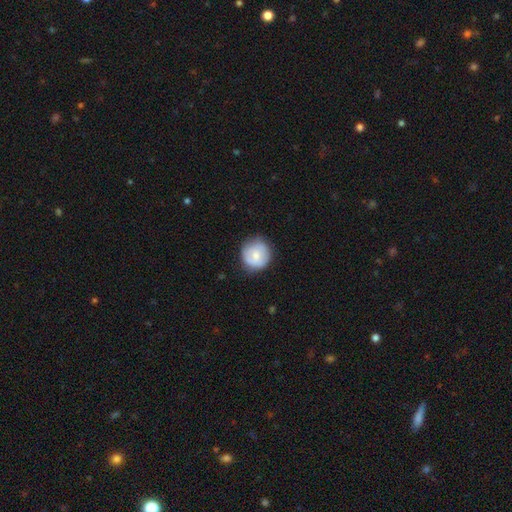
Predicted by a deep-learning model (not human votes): This is likely a smooth galaxy (67%). How rounded: clearly round (91%). Merging: likely none (76%).